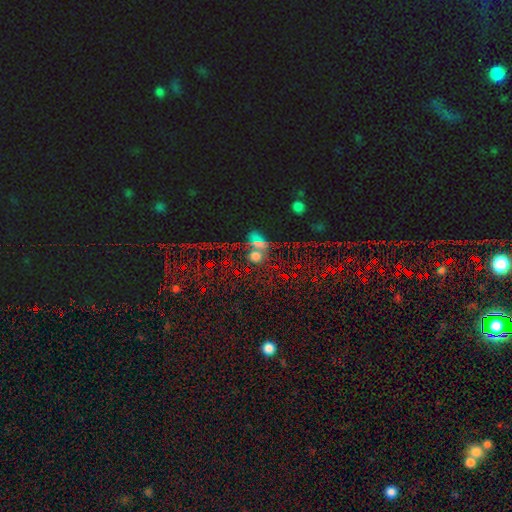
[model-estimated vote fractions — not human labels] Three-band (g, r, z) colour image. It shows a star or artifact, not a galaxy (51%).